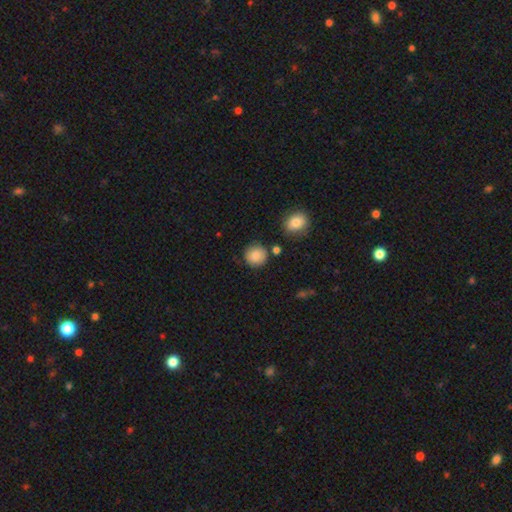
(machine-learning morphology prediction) Smooth or featured? Predicted: smooth (p=0.82). How rounded? Predicted: round (p=0.91). Merging? Predicted: none (p=0.81).